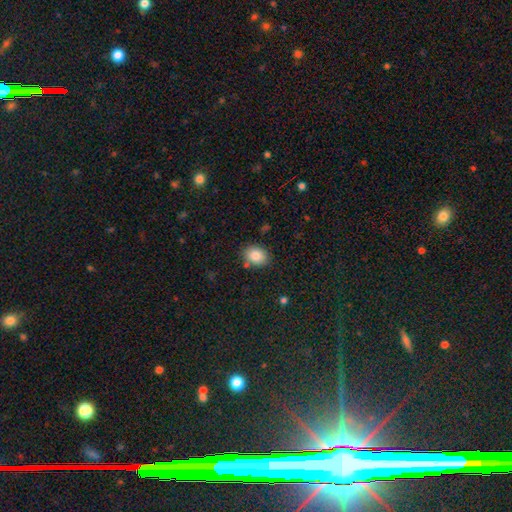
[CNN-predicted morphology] Smooth or featured? smooth (85%)
How rounded? in between (62%)
Merging? none (83%)